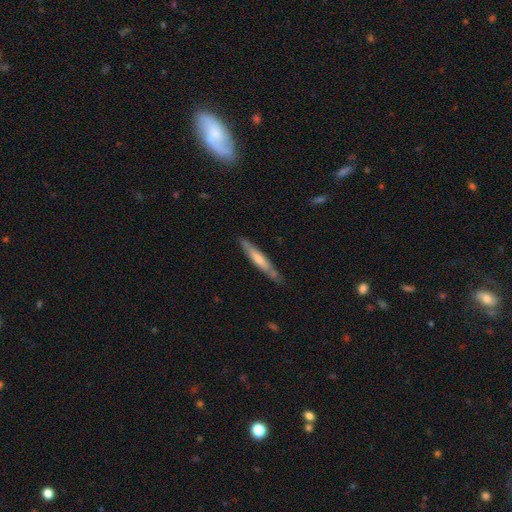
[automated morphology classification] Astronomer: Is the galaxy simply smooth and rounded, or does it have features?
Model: featured or disk — 49% (runner-up: smooth, 44%).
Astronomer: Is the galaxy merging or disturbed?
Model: none — 80%.